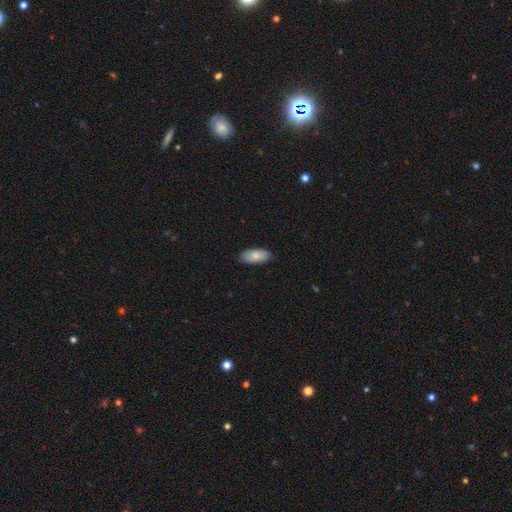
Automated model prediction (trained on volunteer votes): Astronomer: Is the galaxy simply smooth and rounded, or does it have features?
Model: smooth — 80%.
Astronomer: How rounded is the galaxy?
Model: in between — 92%.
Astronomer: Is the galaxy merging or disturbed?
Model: none — 82%.